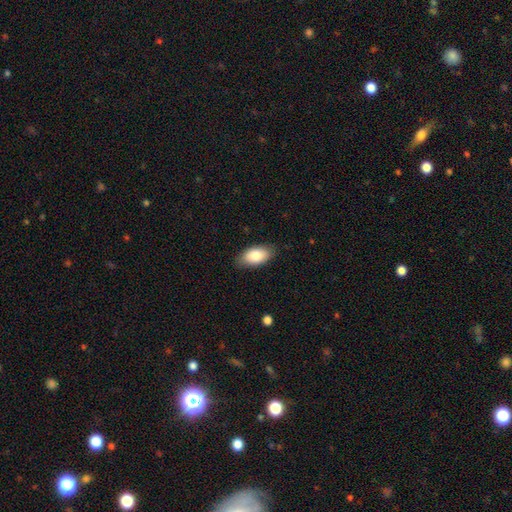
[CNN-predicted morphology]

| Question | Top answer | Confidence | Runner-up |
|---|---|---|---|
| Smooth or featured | smooth | 84% | featured or disk (10%) |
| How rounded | in between | 94% | round (3%) |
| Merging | none | 84% | minor disturbance (13%) |